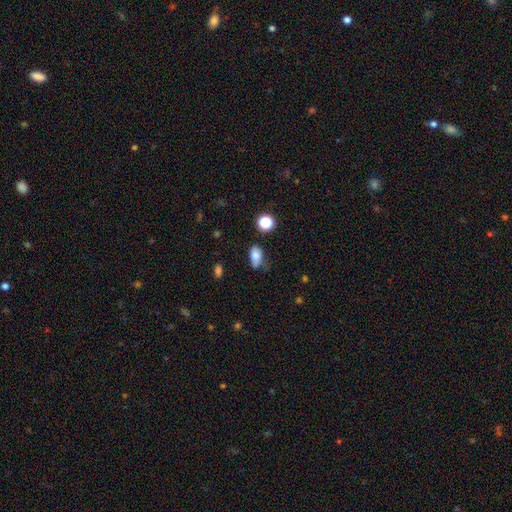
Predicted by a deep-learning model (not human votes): The model was most divided on "merging": none: 48%, minor disturbance: 35%, major disturbance: 11%, merger: 6%. More confident: how rounded — in between (87%); smooth or featured — smooth (79%).